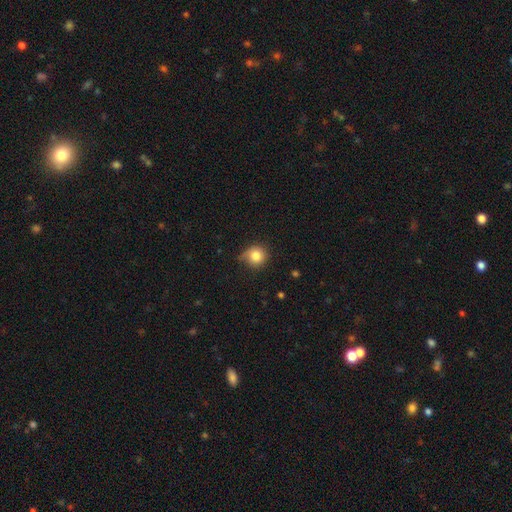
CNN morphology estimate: Q: Smooth or featured?
A: smooth (81%); runner-up: star or artifact (10%)
Q: How rounded?
A: round (89%); runner-up: in between (10%)
Q: Merging?
A: none (59%); runner-up: minor disturbance (30%)